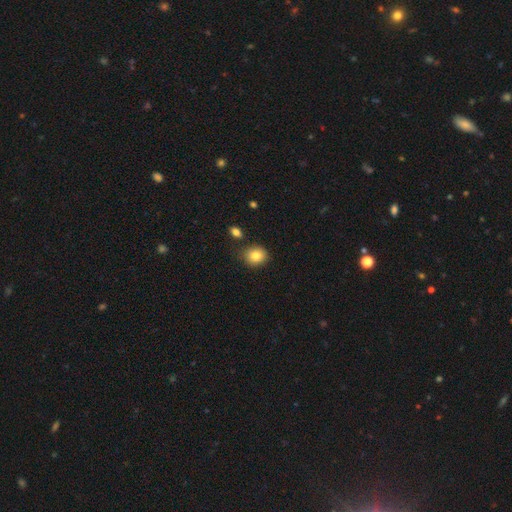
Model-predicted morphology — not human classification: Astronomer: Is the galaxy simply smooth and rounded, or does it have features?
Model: smooth — 82%.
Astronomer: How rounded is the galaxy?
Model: round — 68%.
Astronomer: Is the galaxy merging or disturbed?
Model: none — 79%.